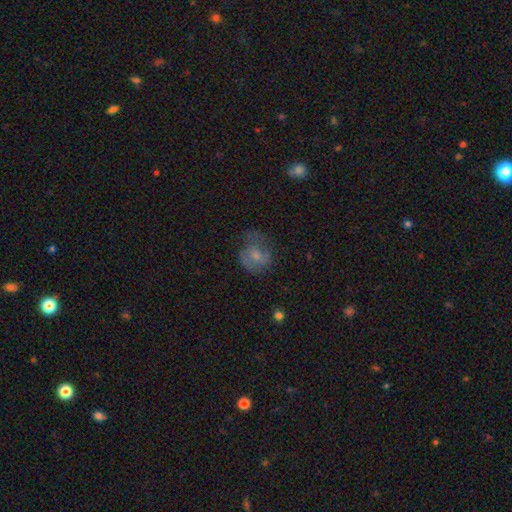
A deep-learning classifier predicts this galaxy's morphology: This appears to be a smooth galaxy with no disk features (56%) that is round (66%). Merging: none (42%).